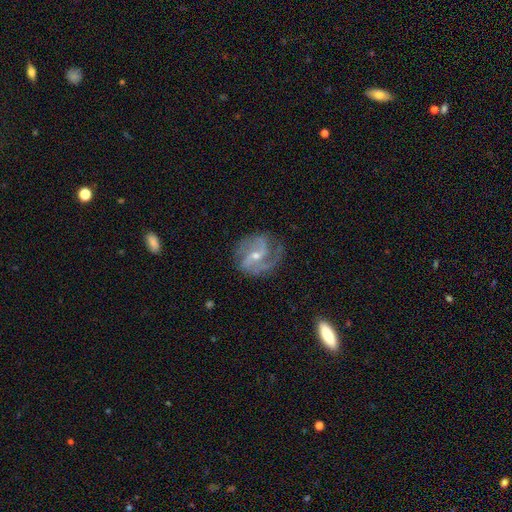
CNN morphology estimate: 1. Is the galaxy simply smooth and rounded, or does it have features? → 88% featured or disk, 6% smooth, 6% star or artifact.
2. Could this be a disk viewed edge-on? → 97% no, 3% yes.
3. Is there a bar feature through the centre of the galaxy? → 44% weak, 31% strong, 25% no.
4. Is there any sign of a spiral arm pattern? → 97% yes, 3% no.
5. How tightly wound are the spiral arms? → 52% medium, 25% tight, 23% loose.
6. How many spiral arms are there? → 68% 2, 16% 3, 7% can't tell, 4% 1, 3% 4, 2% more than 4.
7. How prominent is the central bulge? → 55% small, 42% moderate, 1% none, 1% large, 1% dominant.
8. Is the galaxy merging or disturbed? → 72% none, 18% minor disturbance, 8% major disturbance, 2% merger.